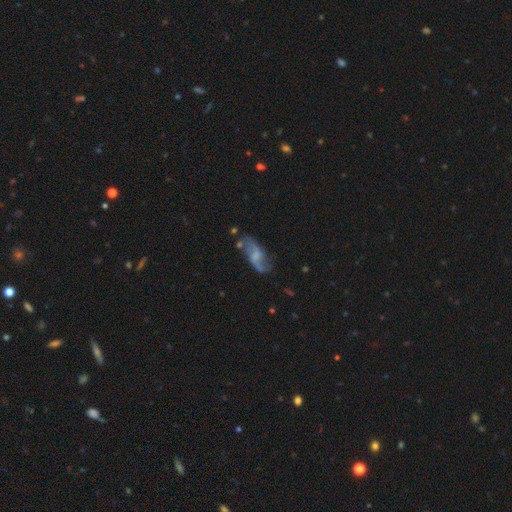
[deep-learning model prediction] smooth_or_featured: featured or disk (p=0.77) [alt: smooth p=0.16]
disk_edge_on: no (p=0.94) [alt: yes p=0.06]
bar: weak (p=0.48) [alt: no p=0.42]
has_spiral_arms: yes (p=0.92) [alt: no p=0.08]
spiral_winding: loose (p=0.73) [alt: medium p=0.22]
spiral_arm_count: 2 (p=0.88) [alt: can't tell p=0.05]
bulge_size: small (p=0.40) [alt: moderate p=0.28]
merging: none (p=0.63) [alt: minor disturbance p=0.21]